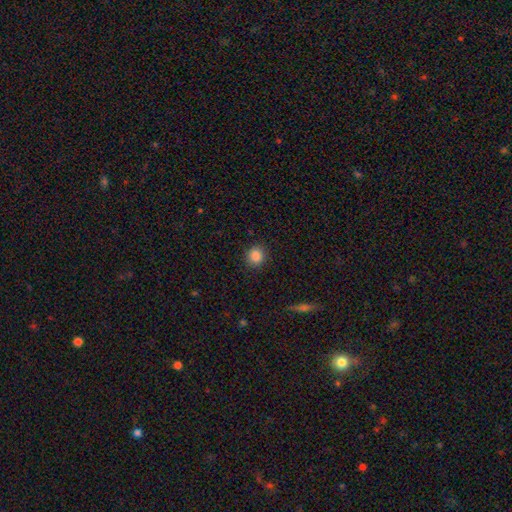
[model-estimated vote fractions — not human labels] Overall: smooth (86%). How rounded: round (79%). Merging: none (89%).